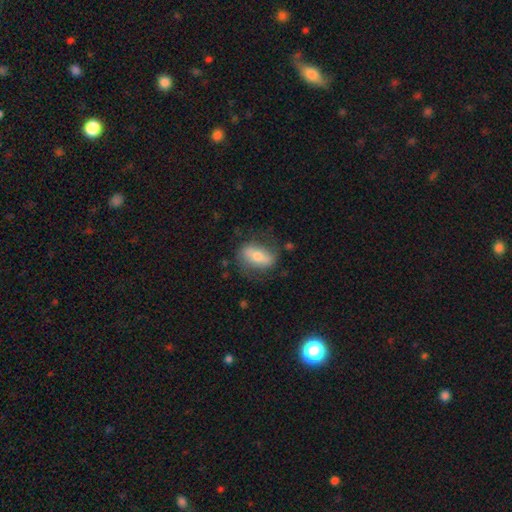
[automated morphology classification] Smooth or featured? smooth (53%)
How rounded? in between (82%)
Merging? none (68%)